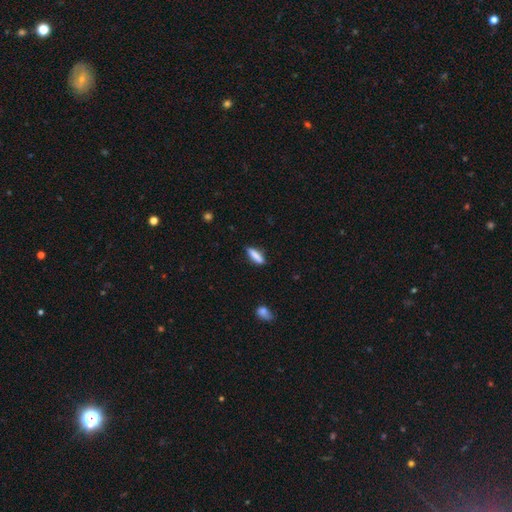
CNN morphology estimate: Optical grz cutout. It shows a smooth galaxy with no disk features (84%) that is cigar-shaped (63%). Merging: none (84%).